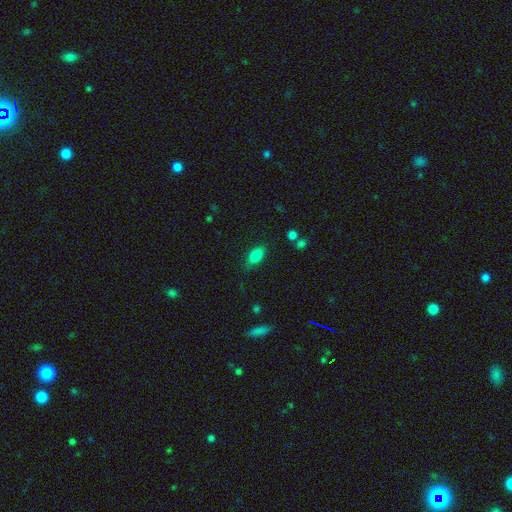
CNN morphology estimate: The model was most divided on "merging": none: 76%, minor disturbance: 17%, major disturbance: 4%, merger: 2%. More confident: how rounded — in between (86%); smooth or featured — smooth (81%).